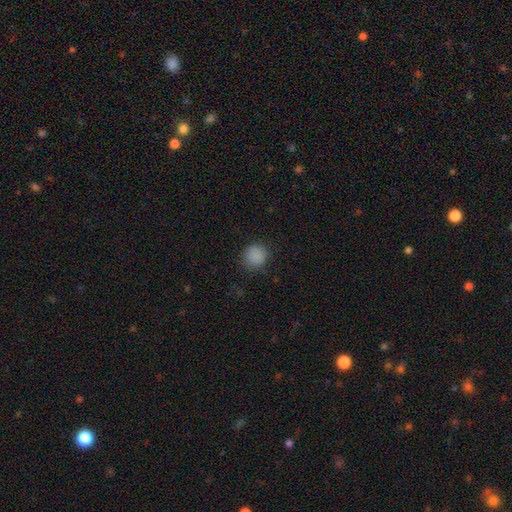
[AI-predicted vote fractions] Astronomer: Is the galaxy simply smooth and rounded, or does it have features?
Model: smooth — 87%.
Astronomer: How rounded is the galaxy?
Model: round — 90%.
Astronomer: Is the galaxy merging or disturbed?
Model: none — 85%.